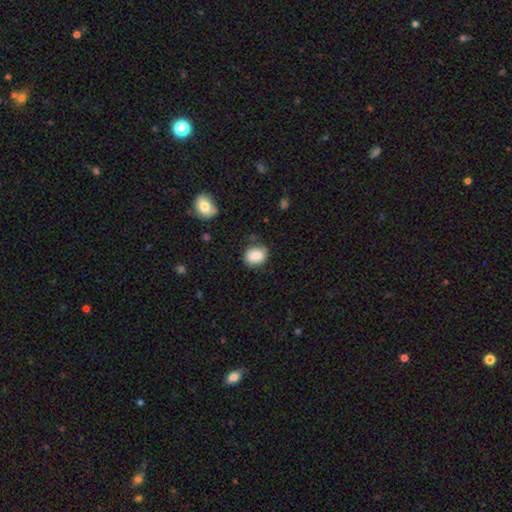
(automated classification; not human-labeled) The model was most divided on "how rounded": in between: 58%, round: 41%, cigar-shaped: 1%. More confident: smooth or featured — smooth (86%); merging — none (69%).